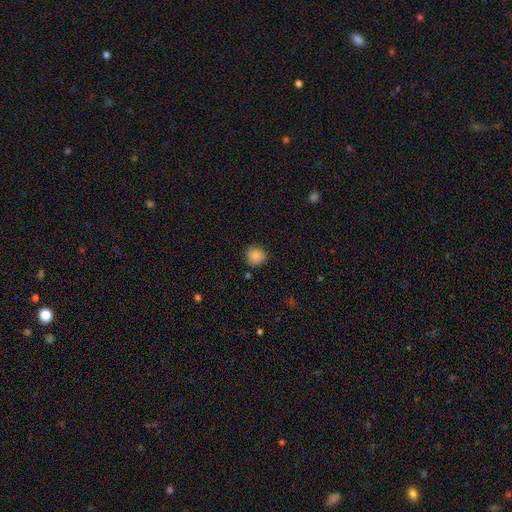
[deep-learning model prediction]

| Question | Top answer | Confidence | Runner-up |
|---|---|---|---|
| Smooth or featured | smooth | 86% | star or artifact (9%) |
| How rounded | round | 89% | in between (10%) |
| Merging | none | 81% | minor disturbance (13%) |